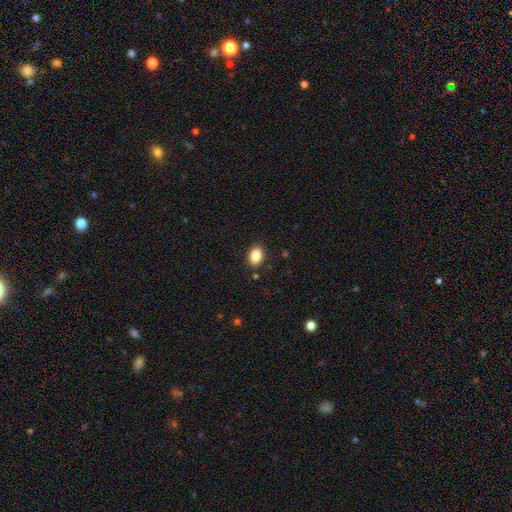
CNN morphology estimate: Overall: smooth (86%). How rounded: in between (81%). Merging: none (88%).